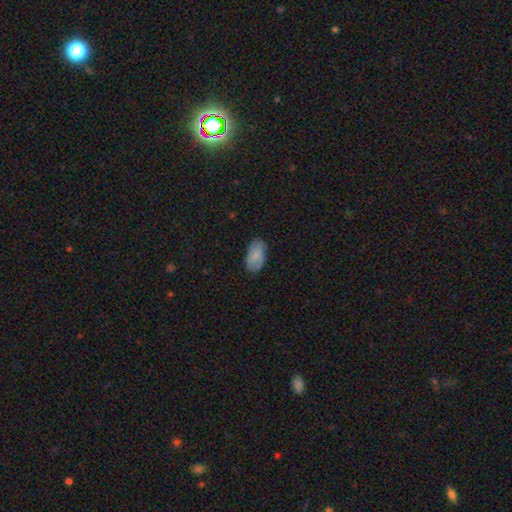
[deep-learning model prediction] Smooth or featured? smooth (71%)
How rounded? in between (94%)
Merging? none (80%)